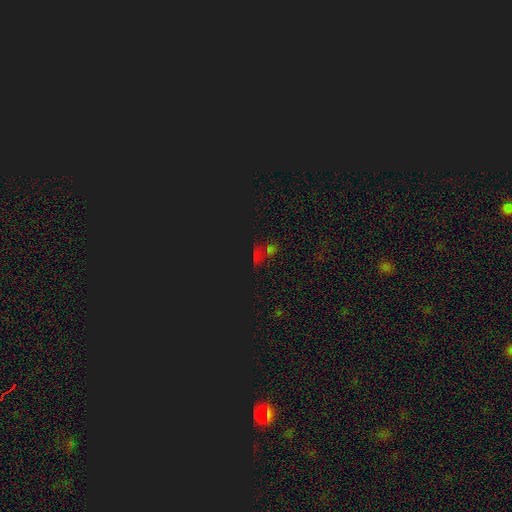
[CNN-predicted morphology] The model was most divided on "smooth or featured": star or artifact: 73%, smooth: 19%, featured or disk: 8%.